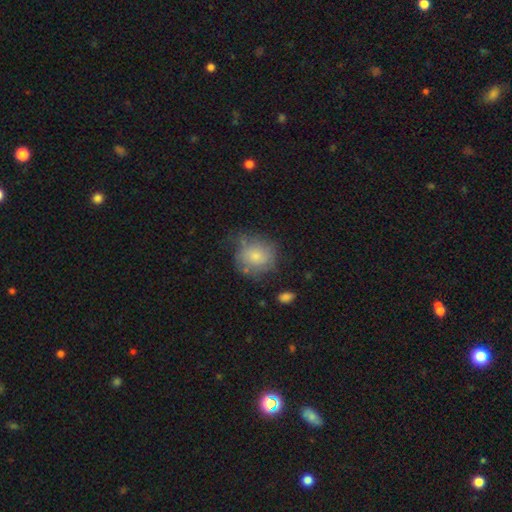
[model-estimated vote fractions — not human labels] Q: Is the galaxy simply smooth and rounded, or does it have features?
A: smooth — 72%.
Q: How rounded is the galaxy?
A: round — 79%.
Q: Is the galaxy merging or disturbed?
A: none — 53%.